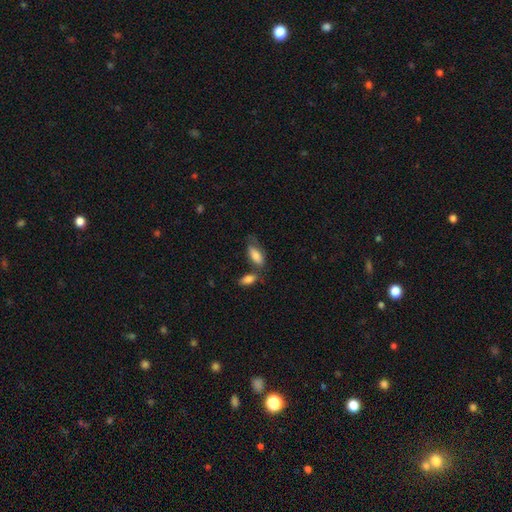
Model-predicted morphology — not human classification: This is likely a smooth galaxy (80%). How rounded: clearly in between (85%). Merging: possibly none (45%).